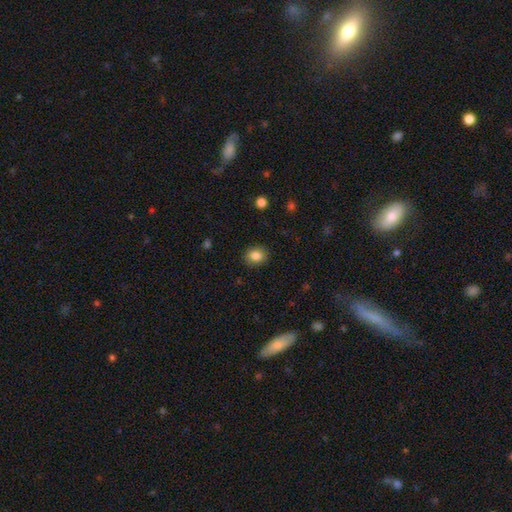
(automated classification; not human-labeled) smooth_or_featured: smooth (p=0.85) [alt: star or artifact p=0.10]
how_rounded: round (p=0.58) [alt: in between p=0.41]
merging: none (p=0.89) [alt: minor disturbance p=0.08]